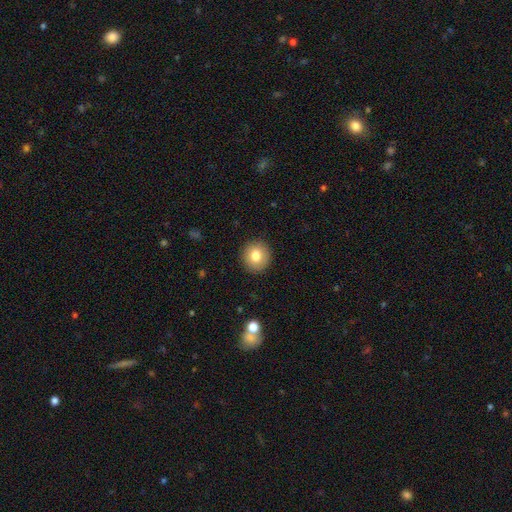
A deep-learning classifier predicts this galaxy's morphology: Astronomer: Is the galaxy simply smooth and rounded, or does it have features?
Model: smooth — 81%.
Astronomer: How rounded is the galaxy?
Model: round — 88%.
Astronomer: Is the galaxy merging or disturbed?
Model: none — 90%.